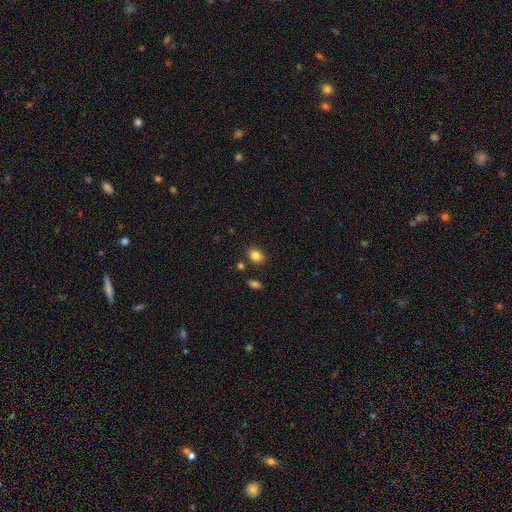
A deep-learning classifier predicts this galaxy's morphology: type=smooth (83%); roundness=in between (58%); merging=none (83%).